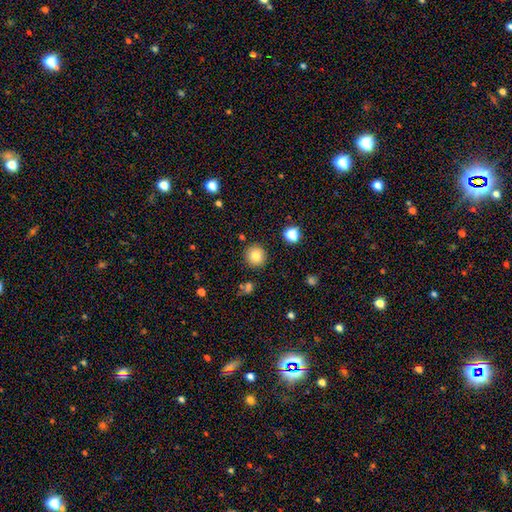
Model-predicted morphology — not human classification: A smooth galaxy with no disk features (82%) that is round (94%). Merging: none (90%).